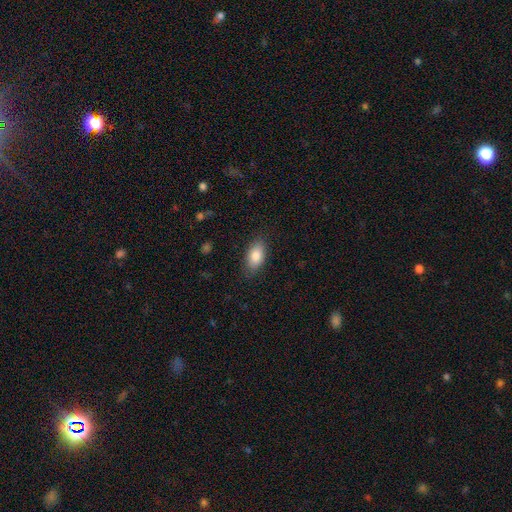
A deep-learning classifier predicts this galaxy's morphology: smooth 84%, featured or disk 9%, star or artifact 7%. Down the decision tree: how rounded — in between (91%); merging — none (85%).